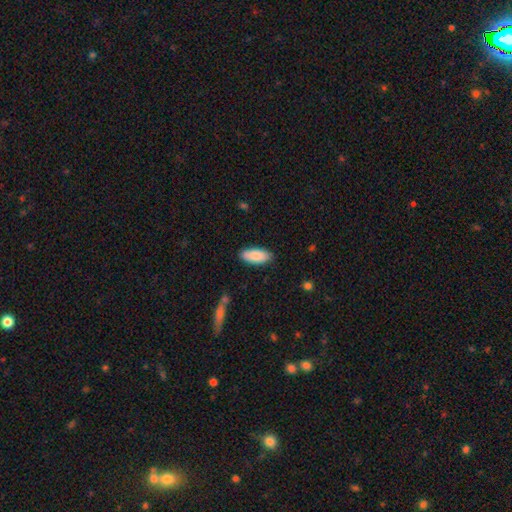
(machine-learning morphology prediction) This appears to be a smooth galaxy with no disk features (87%) that is in between round and cigar-shaped (84%). Merging: none (86%).